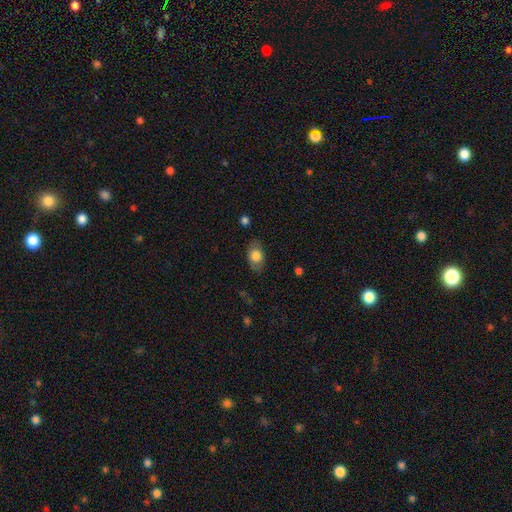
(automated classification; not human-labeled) Smooth or featured?
  - smooth: 78% *
  - featured or disk: 15%
  - star or artifact: 7%
How rounded?
  - in between: 85% *
  - round: 13%
  - cigar-shaped: 2%
Merging?
  - none: 81% *
  - minor disturbance: 14%
  - major disturbance: 4%
  - merger: 1%